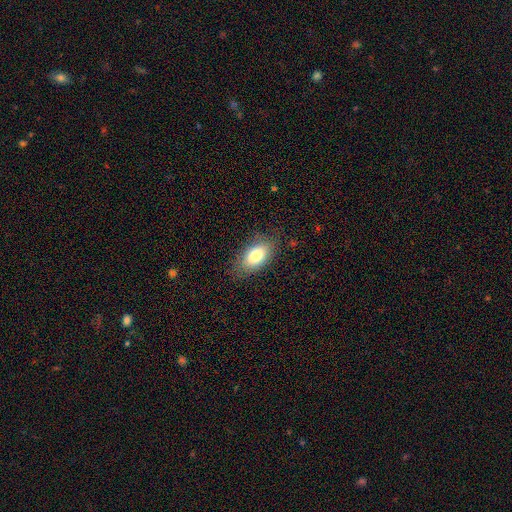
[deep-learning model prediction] smooth 80%, featured or disk 12%, star or artifact 7%. Down the decision tree: how rounded — in between (91%); merging — none (79%).